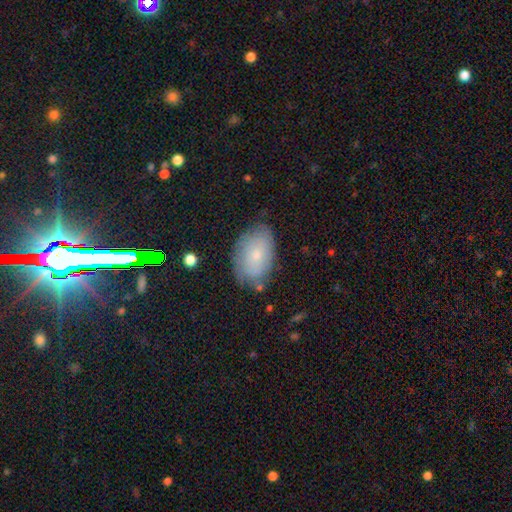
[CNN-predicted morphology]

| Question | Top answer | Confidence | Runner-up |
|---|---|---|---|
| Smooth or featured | smooth | 63% | featured or disk (29%) |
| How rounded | in between | 89% | round (10%) |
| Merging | none | 72% | minor disturbance (21%) |